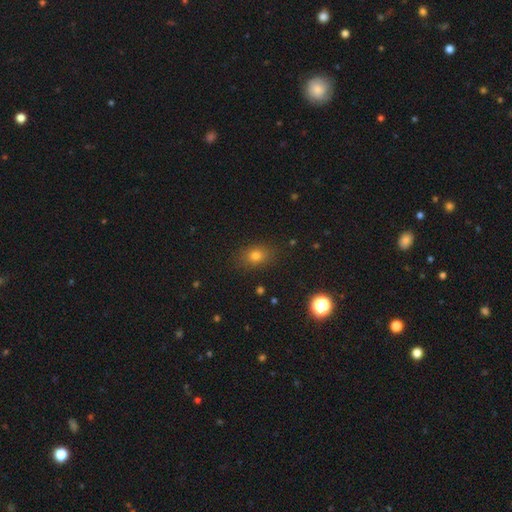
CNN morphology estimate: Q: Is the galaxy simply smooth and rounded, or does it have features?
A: smooth — 74%.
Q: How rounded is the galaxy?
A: in between — 58%.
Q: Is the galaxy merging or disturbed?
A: none — 85%.